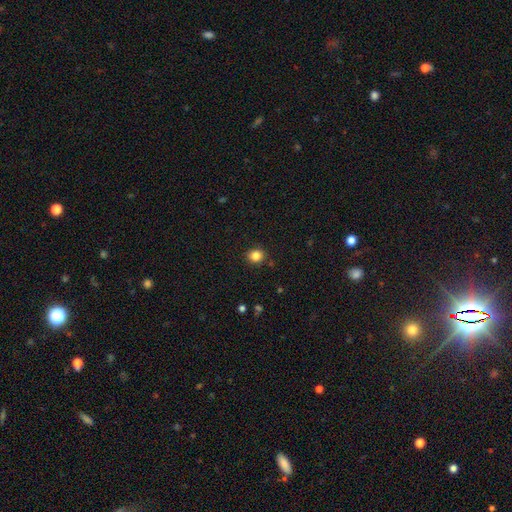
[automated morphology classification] Smooth or featured? Predicted: smooth (p=0.83). How rounded? Predicted: round (p=0.84). Merging? Predicted: none (p=0.90).